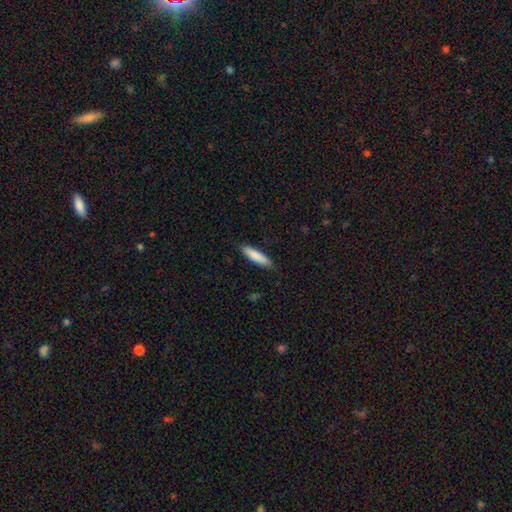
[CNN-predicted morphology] The model was most divided on "how rounded": cigar-shaped: 76%, in between: 23%, round: 1%. More confident: merging — none (87%); smooth or featured — smooth (84%).